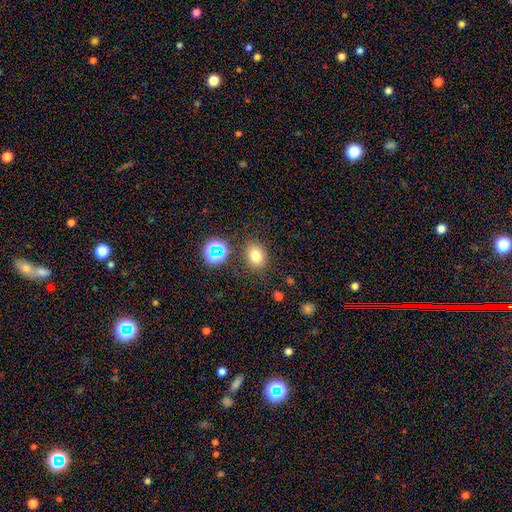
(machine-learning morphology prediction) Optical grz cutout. It shows a smooth galaxy with no disk features (75%) that is in between round and cigar-shaped (57%). Merging: none (79%).